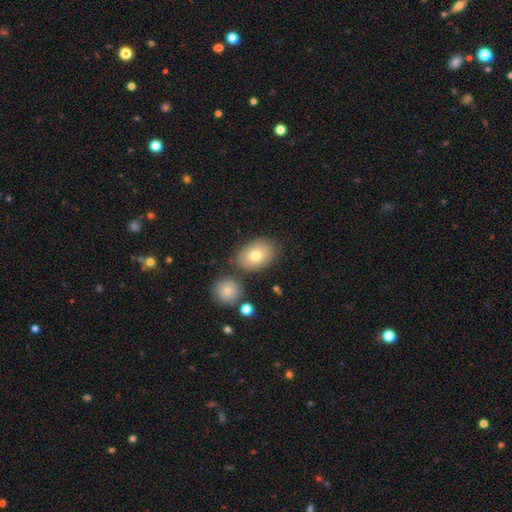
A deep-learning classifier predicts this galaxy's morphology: The model was most divided on "smooth or featured": smooth: 75%, featured or disk: 17%, star or artifact: 9%. More confident: how rounded — in between (80%); merging — none (75%).